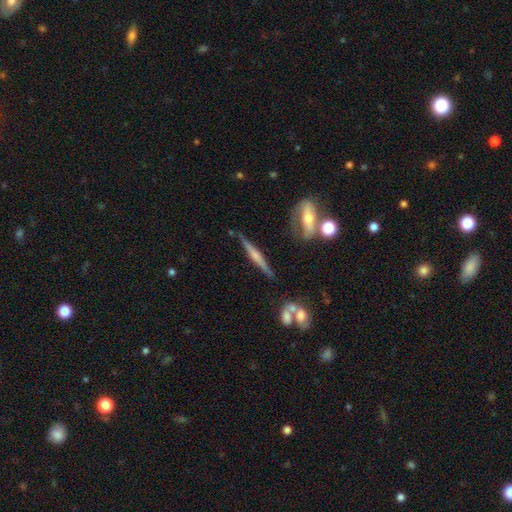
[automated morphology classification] Smooth or featured?
  - featured or disk: 71% *
  - smooth: 23%
  - star or artifact: 7%
Edge-on disk?
  - yes: 97% *
  - no: 3%
Edge-on bulge?
  - rounded: 73% *
  - boxy: 15%
  - none: 12%
Merging?
  - none: 82% *
  - minor disturbance: 11%
  - merger: 4%
  - major disturbance: 3%